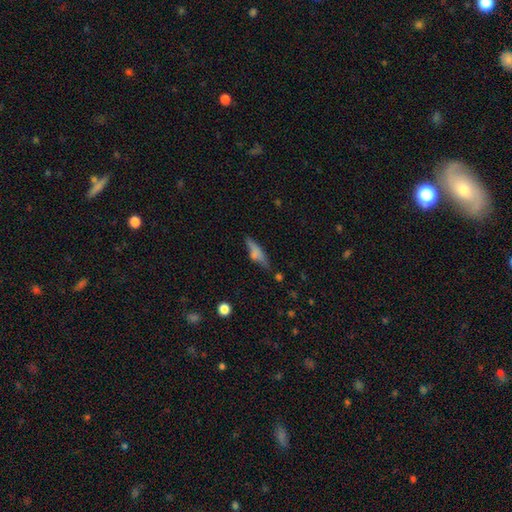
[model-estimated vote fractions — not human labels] Smooth or featured?
  - smooth: 46% *
  - featured or disk: 43%
  - star or artifact: 11%
Merging?
  - none: 75% *
  - minor disturbance: 17%
  - major disturbance: 5%
  - merger: 3%